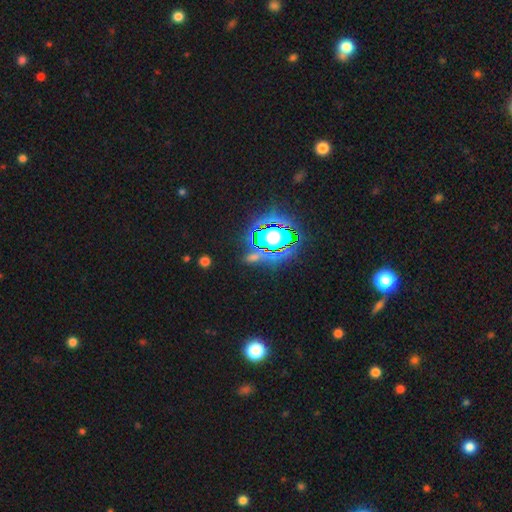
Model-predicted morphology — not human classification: Smooth or featured? Predicted: star or artifact (p=0.69).